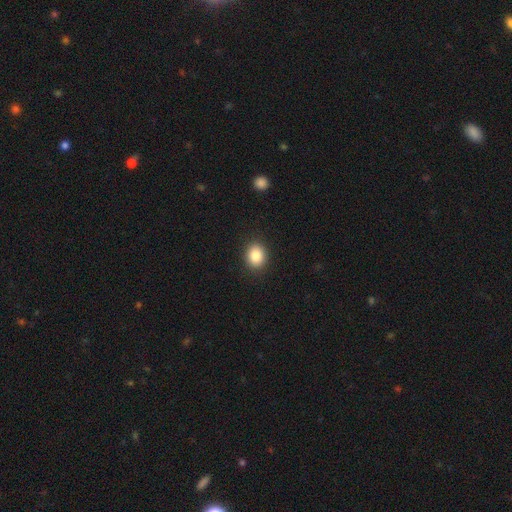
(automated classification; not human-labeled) smooth 85%, star or artifact 9%, featured or disk 6%. Down the decision tree: how rounded — round (56%); merging — none (90%).